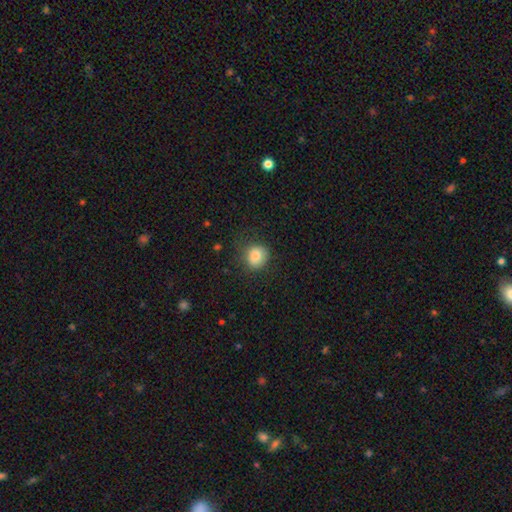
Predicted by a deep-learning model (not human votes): Q: Smooth or featured?
A: smooth (82%); runner-up: star or artifact (10%)
Q: How rounded?
A: round (78%); runner-up: in between (21%)
Q: Merging?
A: none (74%); runner-up: minor disturbance (18%)